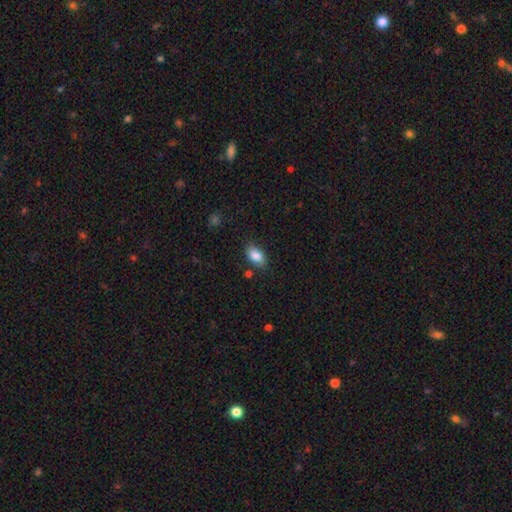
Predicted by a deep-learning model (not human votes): The model was most divided on "merging": none: 79%, minor disturbance: 15%, major disturbance: 3%, merger: 3%. More confident: how rounded — in between (90%); smooth or featured — smooth (86%).